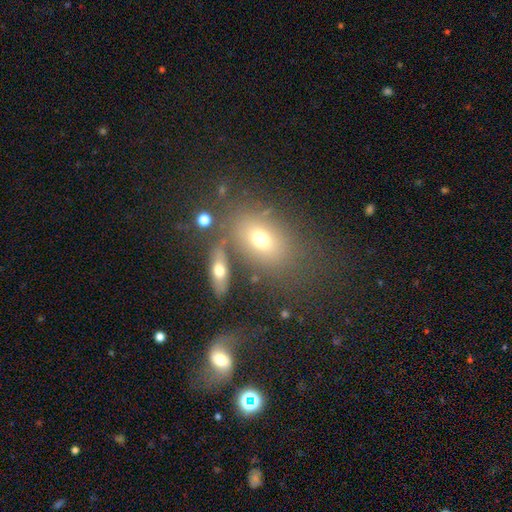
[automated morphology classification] Smooth or featured? smooth (60%)
How rounded? in between (73%)
Merging? none (57%)